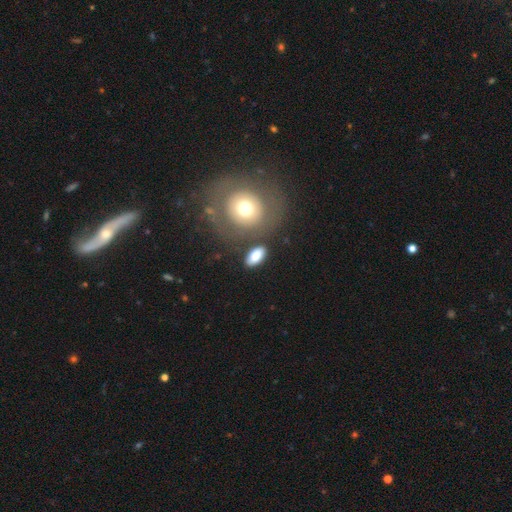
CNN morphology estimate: Smooth or featured: smooth — 82% (featured or disk — 11%)
How rounded: in between — 87% (round — 8%)
Merging: none — 78% (minor disturbance — 11%)